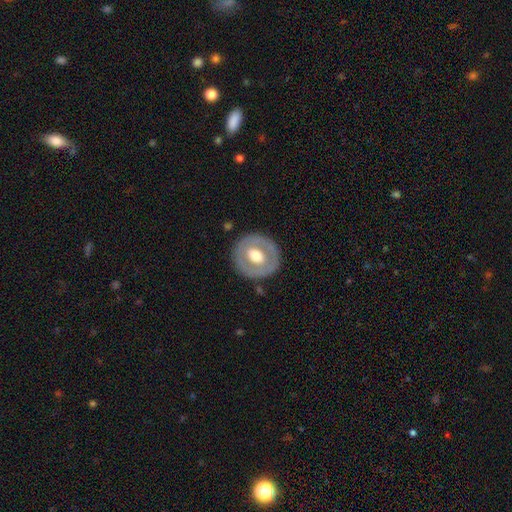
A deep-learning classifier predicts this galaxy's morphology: This is possibly a featured or disk galaxy (52%). It is clearly not viewed edge-on (94%). Merging: clearly none (84%).